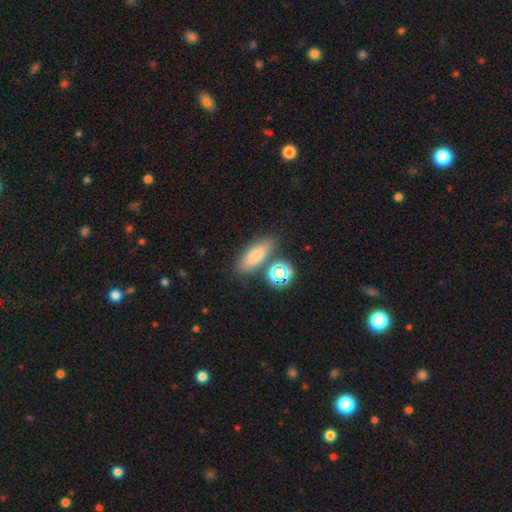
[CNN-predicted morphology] Overall: smooth (76%). How rounded: in between (70%). Merging: none (75%).